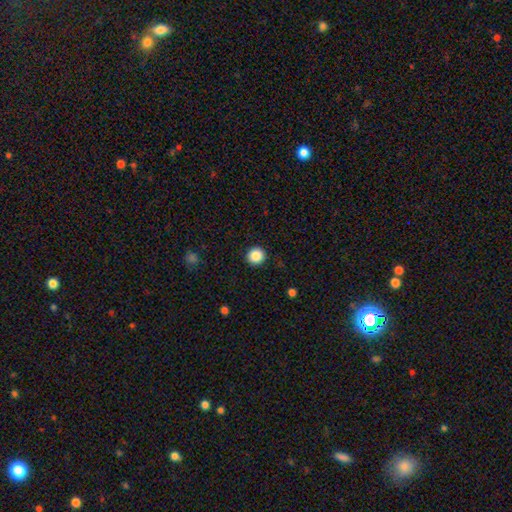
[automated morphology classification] smooth 87%, star or artifact 10%, featured or disk 3%. Down the decision tree: how rounded — round (95%); merging — none (93%).